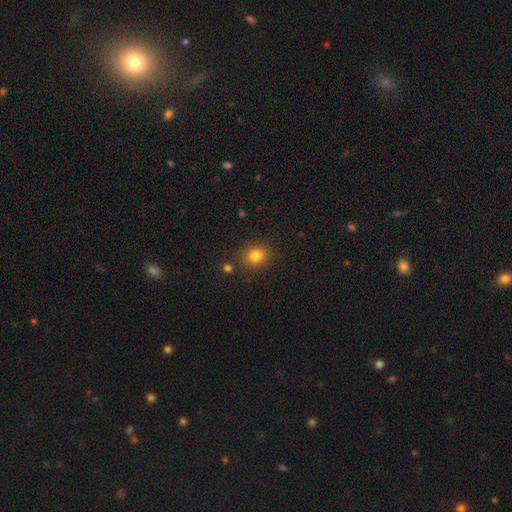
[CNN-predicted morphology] Smooth or featured? Predicted: smooth (p=0.81). How rounded? Predicted: round (p=0.77). Merging? Predicted: none (p=0.85).